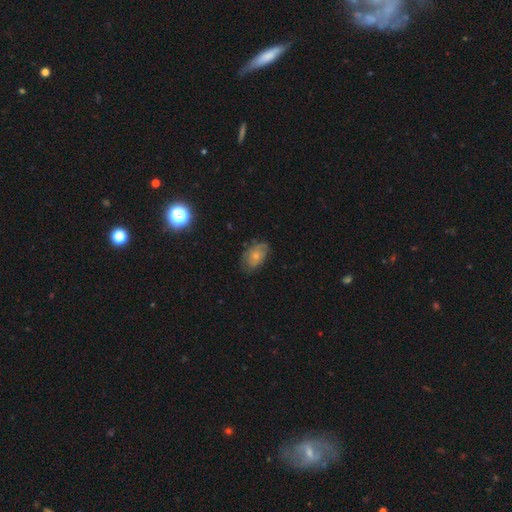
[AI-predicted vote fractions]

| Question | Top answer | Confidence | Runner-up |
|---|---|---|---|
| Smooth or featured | smooth | 51% | featured or disk (40%) |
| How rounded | in between | 85% | round (13%) |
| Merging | none | 62% | minor disturbance (27%) |